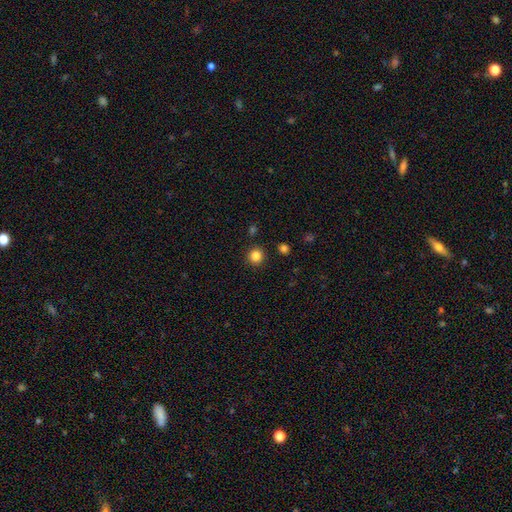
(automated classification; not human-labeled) This appears to be a smooth galaxy with no disk features (84%) that is round (92%). Merging: none (90%).